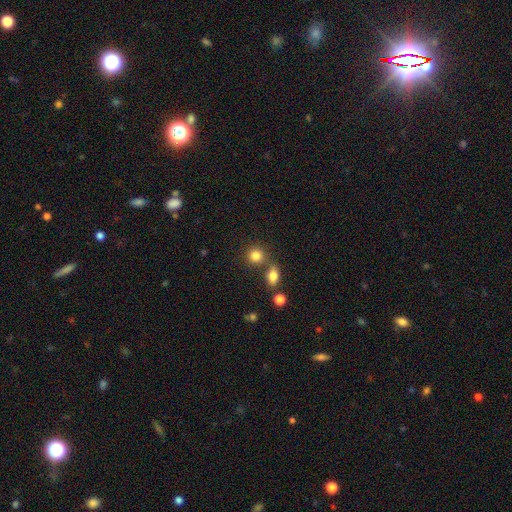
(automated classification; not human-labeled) smooth_or_featured: smooth (p=0.82) [alt: star or artifact p=0.11]
how_rounded: round (p=0.81) [alt: in between p=0.17]
merging: none (p=0.63) [alt: merger p=0.23]